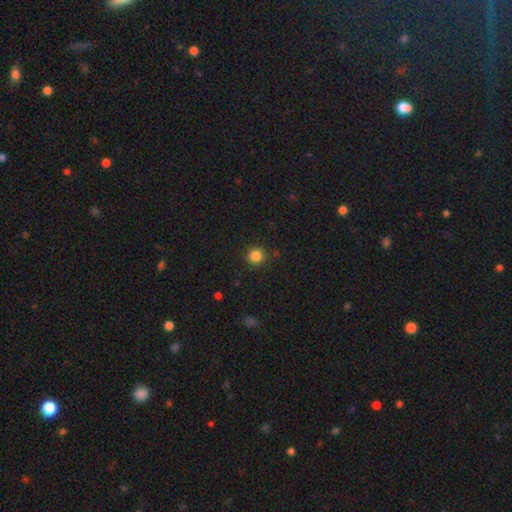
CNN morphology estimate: smooth_or_featured: smooth (p=0.84) [alt: star or artifact p=0.12]
how_rounded: round (p=0.94) [alt: in between p=0.05]
merging: none (p=0.90) [alt: minor disturbance p=0.06]